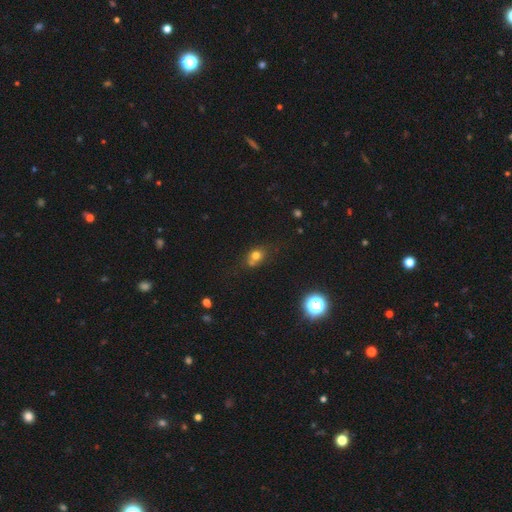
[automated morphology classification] A smooth galaxy with no disk features (71%) that is round (57%). Merging: none (51%).